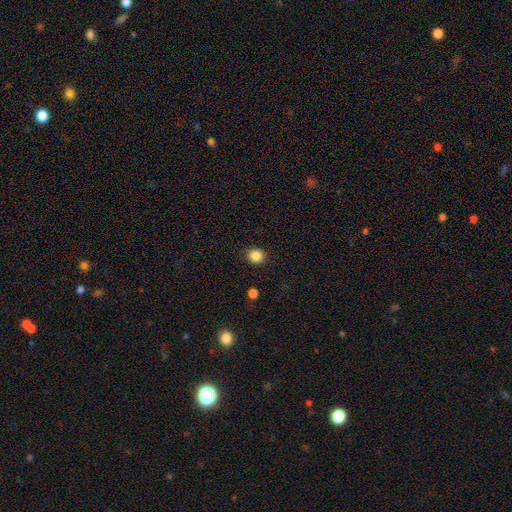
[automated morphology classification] smooth 85%, star or artifact 11%, featured or disk 4%. Down the decision tree: how rounded — round (76%); merging — none (90%).